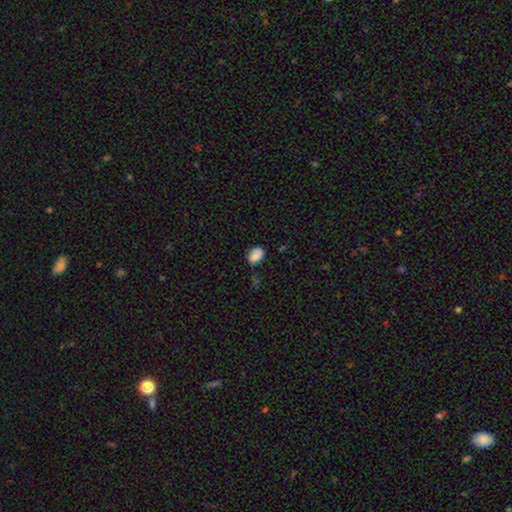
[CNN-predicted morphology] The model was most divided on "merging": none: 62%, minor disturbance: 26%, major disturbance: 7%, merger: 5%. More confident: smooth or featured — smooth (79%); how rounded — in between (70%).